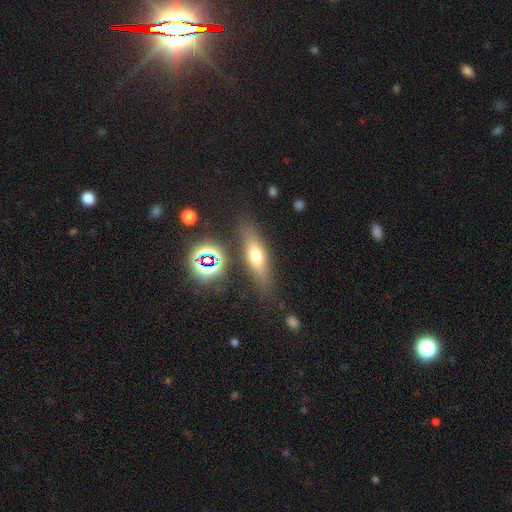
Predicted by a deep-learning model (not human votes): Smooth or featured?
  - smooth: 56% *
  - featured or disk: 31%
  - star or artifact: 13%
How rounded?
  - cigar-shaped: 51% *
  - in between: 43%
  - round: 6%
Merging?
  - none: 81% *
  - minor disturbance: 11%
  - major disturbance: 4%
  - merger: 4%